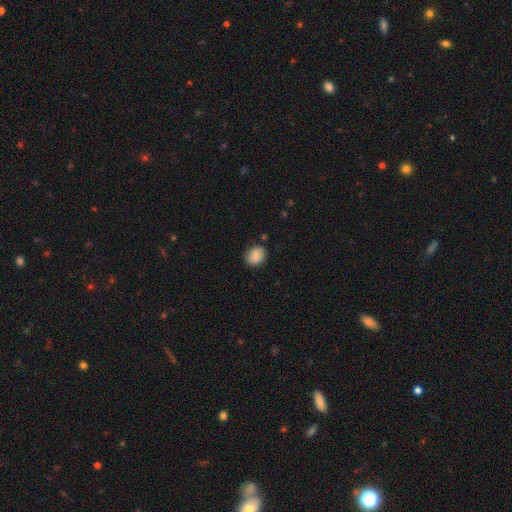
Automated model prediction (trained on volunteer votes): This appears to be a smooth galaxy with no disk features (78%) that is round (66%). Merging: none (81%).